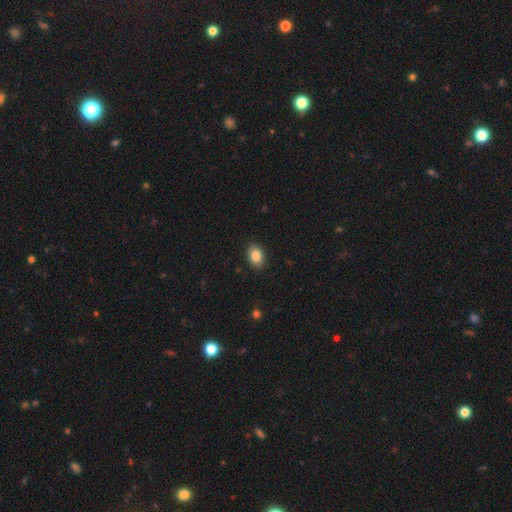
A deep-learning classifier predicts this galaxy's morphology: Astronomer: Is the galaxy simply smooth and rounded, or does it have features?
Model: smooth — 85%.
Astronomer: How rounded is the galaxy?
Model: in between — 85%.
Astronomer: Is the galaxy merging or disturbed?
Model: none — 89%.